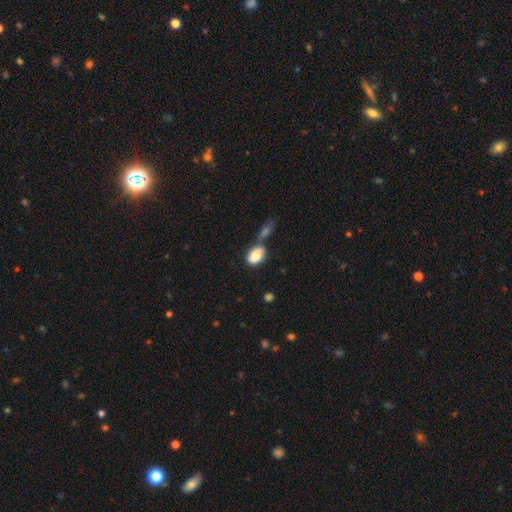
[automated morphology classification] type=smooth (83%); roundness=in between (82%); merging=merger (39%).